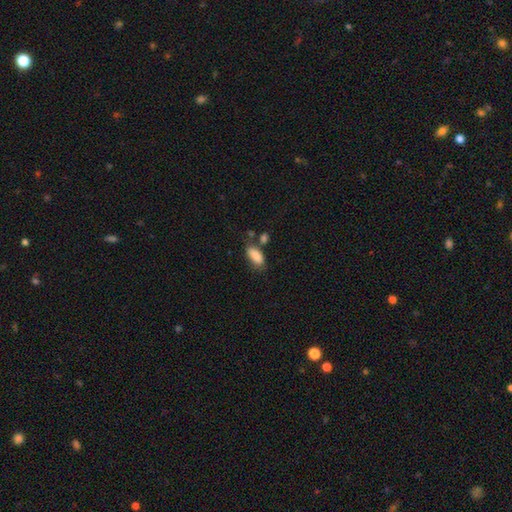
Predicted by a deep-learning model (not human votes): The model was most divided on "merging": none: 58%, minor disturbance: 20%, merger: 15%, major disturbance: 7%. More confident: how rounded — in between (89%); smooth or featured — smooth (87%).